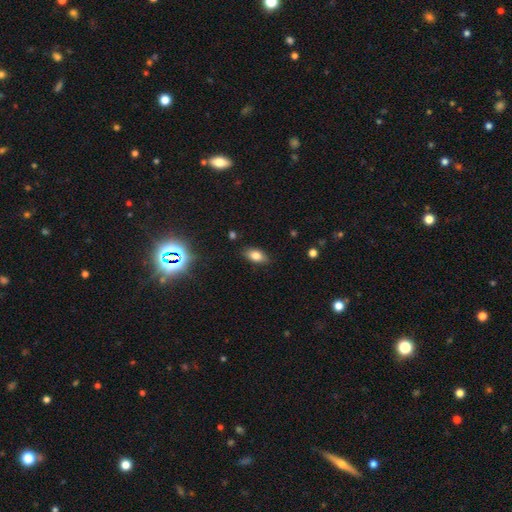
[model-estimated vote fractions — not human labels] Smooth or featured? Predicted: smooth (p=0.78). How rounded? Predicted: in between (p=0.88). Merging? Predicted: none (p=0.85).